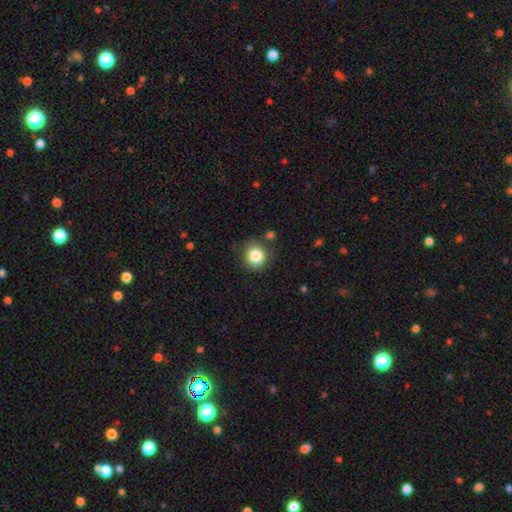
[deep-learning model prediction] Morphology: type=smooth (83%); roundness=round (90%); merging=none (83%).